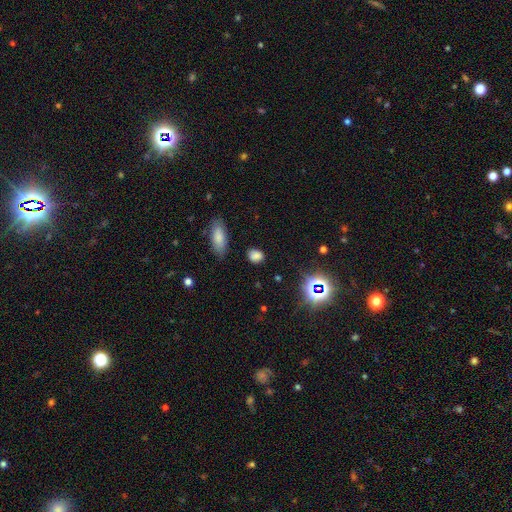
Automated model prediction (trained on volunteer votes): smooth-or-featured: smooth: 76% | star or artifact: 18% | featured or disk: 6%
  how-rounded: in between: 60% | round: 38% | cigar-shaped: 3%
  merging: none: 82% | minor disturbance: 12% | major disturbance: 3% | merger: 2%